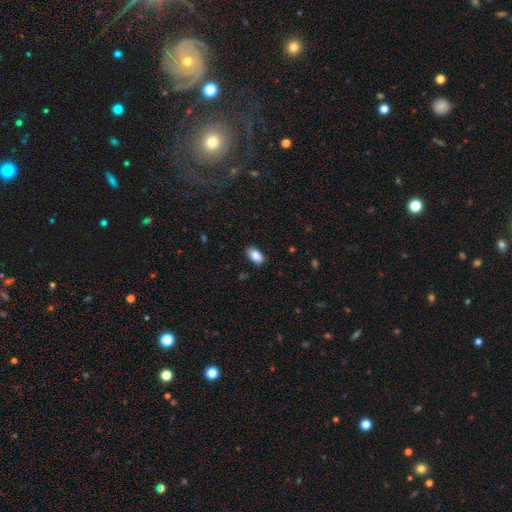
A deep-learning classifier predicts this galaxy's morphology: This is clearly a smooth galaxy (87%). How rounded: clearly in between (93%). Merging: clearly none (86%).